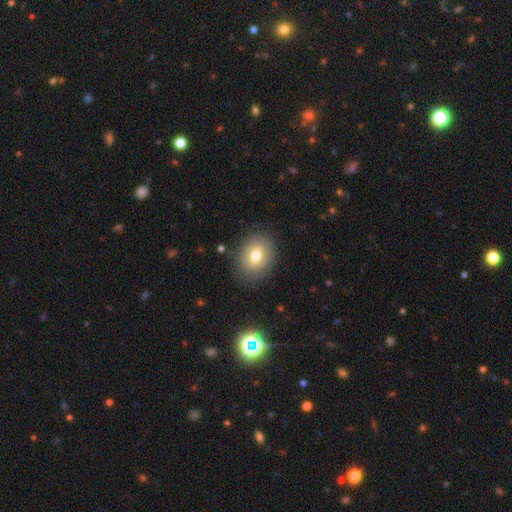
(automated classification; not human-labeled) Smooth or featured? Predicted: smooth (p=0.69). How rounded? Predicted: in between (p=0.70). Merging? Predicted: none (p=0.83).